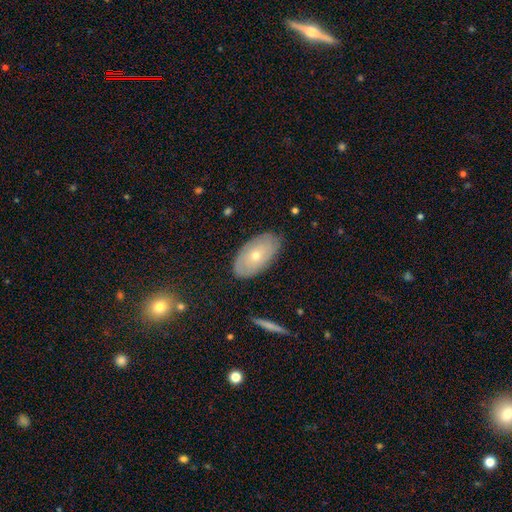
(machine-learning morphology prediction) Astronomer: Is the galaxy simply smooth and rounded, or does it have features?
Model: smooth — 52% (runner-up: featured or disk, 40%).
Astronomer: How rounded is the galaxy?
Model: in between — 93%.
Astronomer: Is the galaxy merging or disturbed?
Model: none — 83%.